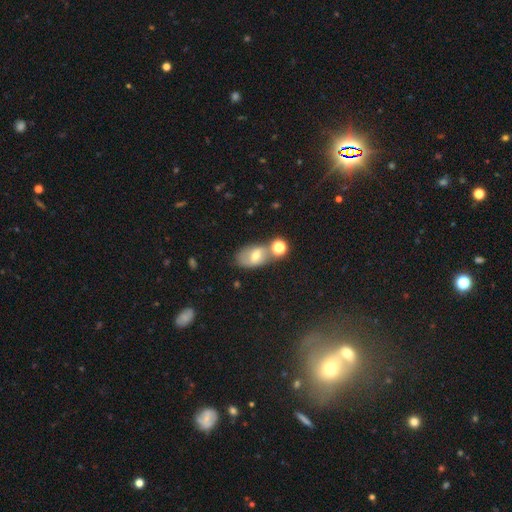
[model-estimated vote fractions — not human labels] Overall: smooth (54%; featured or disk 33%). How rounded: in between (84%). Merging: none (49%; merger 24%).